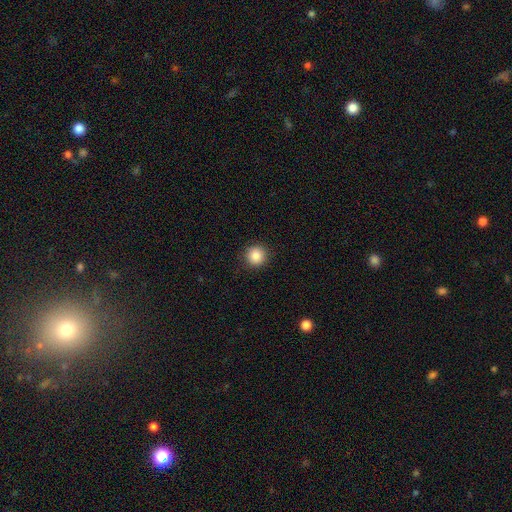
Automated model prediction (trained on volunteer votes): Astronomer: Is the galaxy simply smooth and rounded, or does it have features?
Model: smooth — 86%.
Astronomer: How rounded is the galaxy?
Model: round — 94%.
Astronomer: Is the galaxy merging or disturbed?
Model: none — 92%.